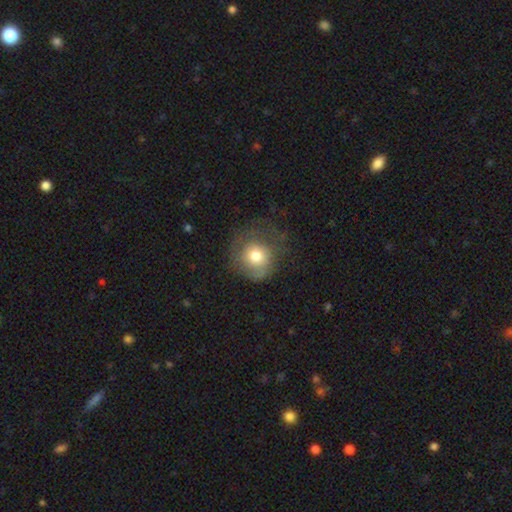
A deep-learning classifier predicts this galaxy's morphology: Smooth or featured?
  - smooth: 70% *
  - featured or disk: 20%
  - star or artifact: 10%
How rounded?
  - round: 88% *
  - in between: 11%
  - cigar-shaped: 1%
Merging?
  - none: 57% *
  - minor disturbance: 22%
  - major disturbance: 19%
  - merger: 1%